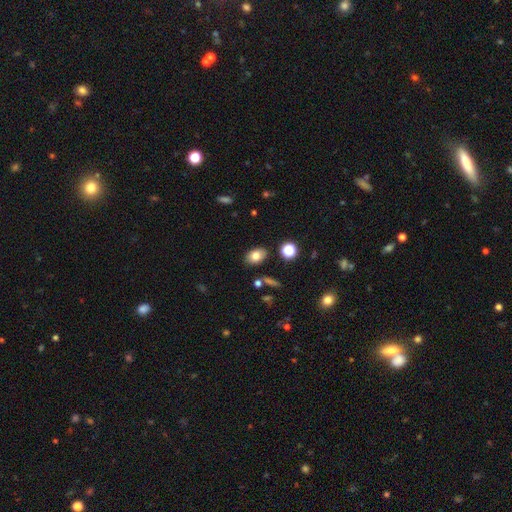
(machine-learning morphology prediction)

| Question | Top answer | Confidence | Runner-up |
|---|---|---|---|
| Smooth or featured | smooth | 79% | featured or disk (10%) |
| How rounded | in between | 82% | round (17%) |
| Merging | none | 84% | minor disturbance (10%) |